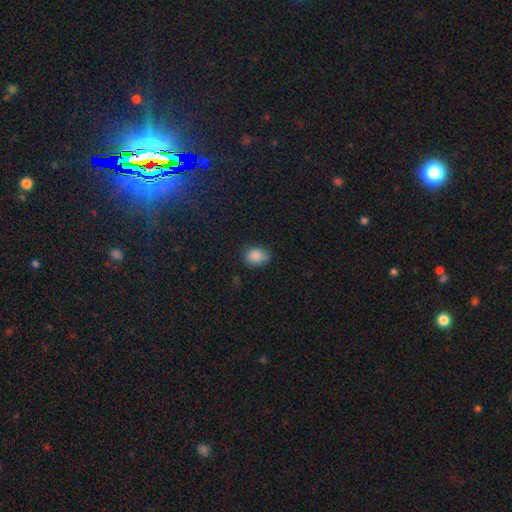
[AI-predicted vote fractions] A smooth galaxy with no disk features (88%) that is in between round and cigar-shaped (67%). Merging: none (74%).